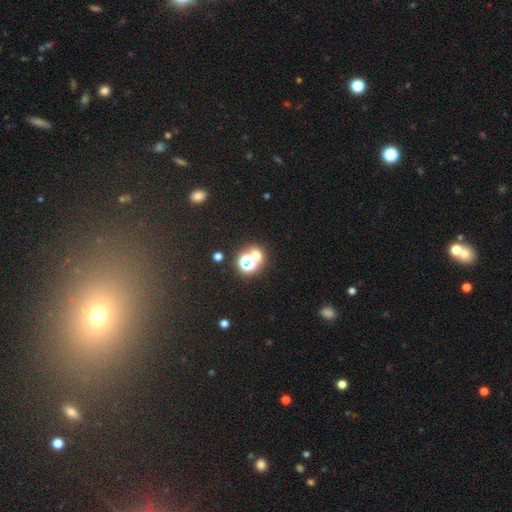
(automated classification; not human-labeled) This appears to be a star or artifact, not a galaxy (50%).